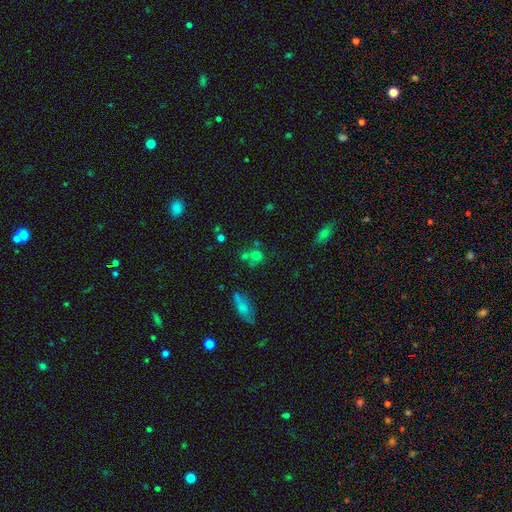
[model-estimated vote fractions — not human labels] Smooth or featured? smooth (63%)
How rounded? round (71%)
Merging? none (48%)